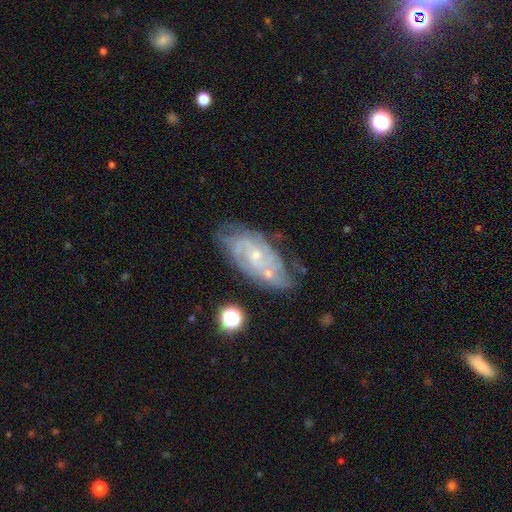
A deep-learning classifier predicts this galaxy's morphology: Overall: featured or disk (81%). Edge-on disk: no (94%). Bar: no (66%; weak 28%). Spiral arms: yes (91%). Spiral arm count: can't tell (39%; 2 30%). Spiral winding: tight (61%; medium 31%). Bulge size: small (72%). Merging: none (62%; minor disturbance 23%).